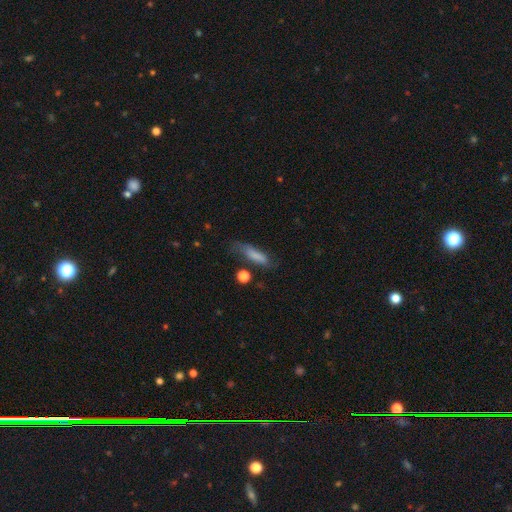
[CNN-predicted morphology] Overall: smooth (77%). How rounded: cigar-shaped (63%; in between 34%). Merging: none (56%; minor disturbance 28%).